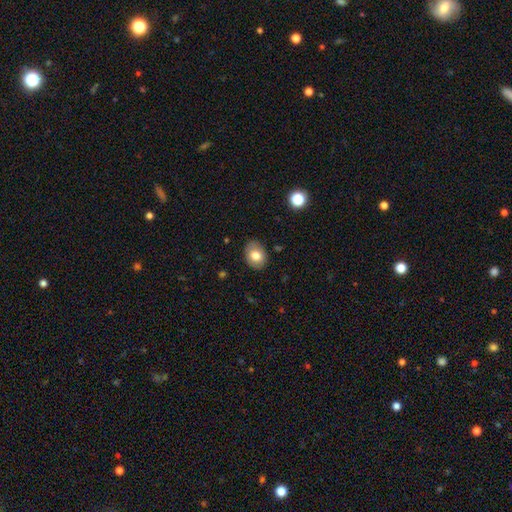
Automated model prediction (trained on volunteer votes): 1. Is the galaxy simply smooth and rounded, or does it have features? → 77% smooth, 15% featured or disk, 8% star or artifact.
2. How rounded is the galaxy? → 68% in between, 31% round, 1% cigar-shaped.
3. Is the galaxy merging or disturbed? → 85% none, 12% minor disturbance, 3% major disturbance, 1% merger.